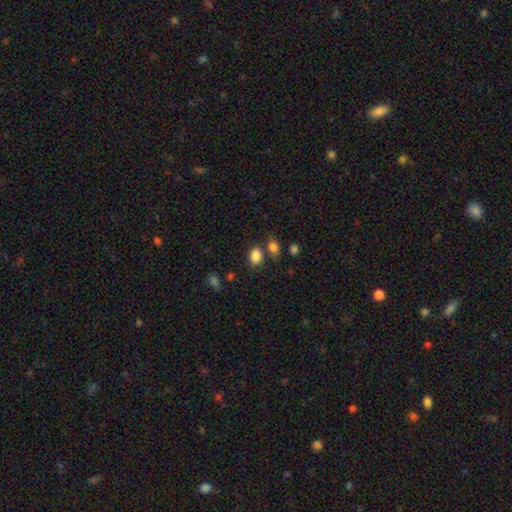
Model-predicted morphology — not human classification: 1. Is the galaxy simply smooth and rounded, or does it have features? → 85% smooth, 10% star or artifact, 5% featured or disk.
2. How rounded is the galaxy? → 78% in between, 21% round, 1% cigar-shaped.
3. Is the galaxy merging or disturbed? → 66% none, 16% merger, 14% minor disturbance, 5% major disturbance.